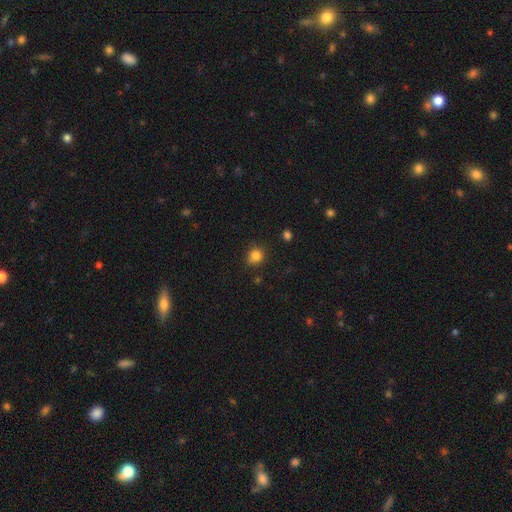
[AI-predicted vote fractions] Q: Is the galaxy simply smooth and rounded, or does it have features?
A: smooth — 82%.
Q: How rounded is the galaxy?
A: round — 84%.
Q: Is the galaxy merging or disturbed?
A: none — 81%.